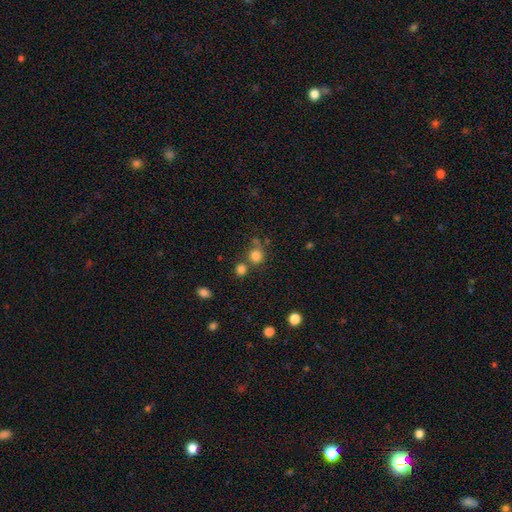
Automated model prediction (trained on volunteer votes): Overall: smooth (80%). How rounded: round (86%). Merging: none (61%; merger 24%).